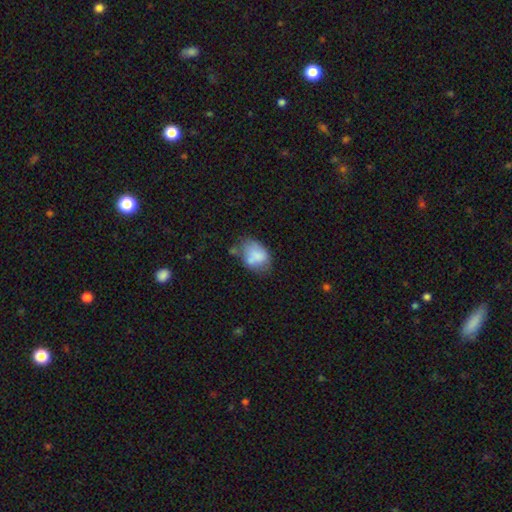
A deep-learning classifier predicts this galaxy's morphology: This appears to be a smooth galaxy with no disk features (72%) that is in between round and cigar-shaped (77%). Merging: none (41%).